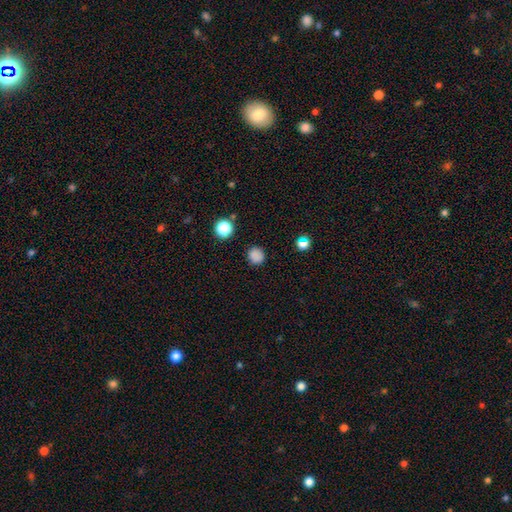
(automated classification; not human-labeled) A smooth galaxy with no disk features (82%) that is round (87%).

Vote fractions:
- Smooth or featured? smooth: 82% / star or artifact: 14% / featured or disk: 3%
- How rounded? round: 87% / in between: 13% / cigar-shaped: 1%
- Merging? none: 88% / minor disturbance: 8% / major disturbance: 2% / merger: 2%